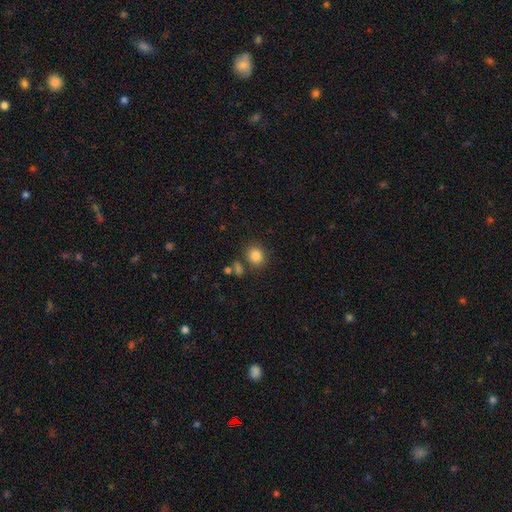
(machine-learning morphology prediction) A smooth galaxy with no disk features (84%) that is round (76%). Merging: none (79%).